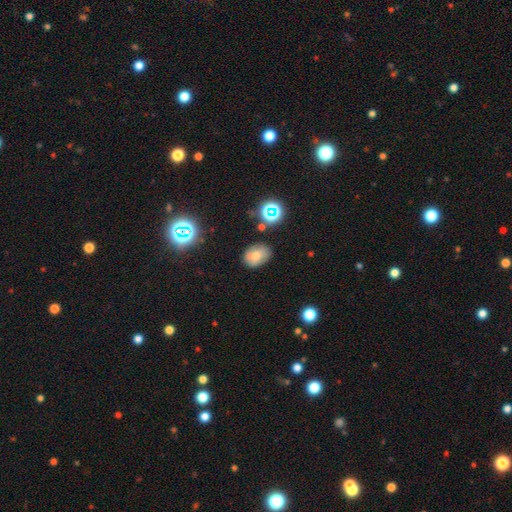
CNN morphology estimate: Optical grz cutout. It shows a smooth galaxy with no disk features (68%) that is in between round and cigar-shaped (66%). Merging: none (72%).